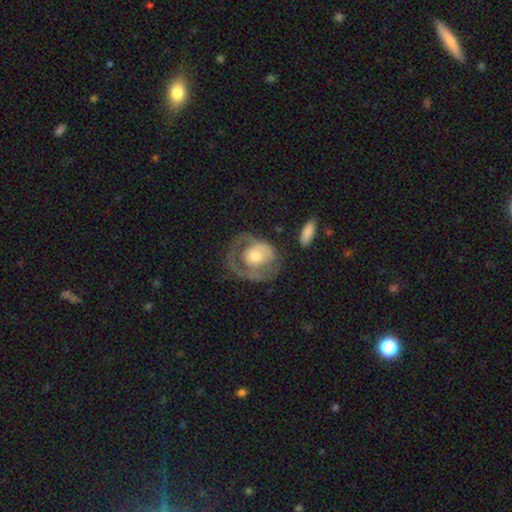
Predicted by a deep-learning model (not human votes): smooth_or_featured: featured or disk (p=0.61) [alt: smooth p=0.33]
disk_edge_on: no (p=0.96) [alt: yes p=0.04]
bar: no (p=0.79) [alt: weak p=0.17]
has_spiral_arms: no (p=0.51) [alt: yes p=0.49]
bulge_size: moderate (p=0.61) [alt: large p=0.18]
merging: none (p=0.48) [alt: major disturbance p=0.27]